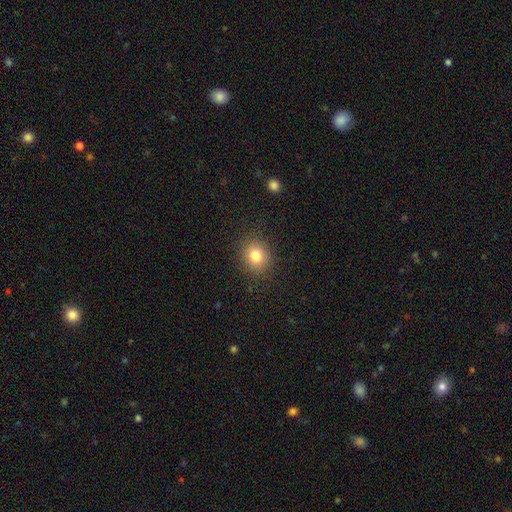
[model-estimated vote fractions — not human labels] This appears to be a smooth galaxy with no disk features (81%) that is round (77%). Merging: none (88%).